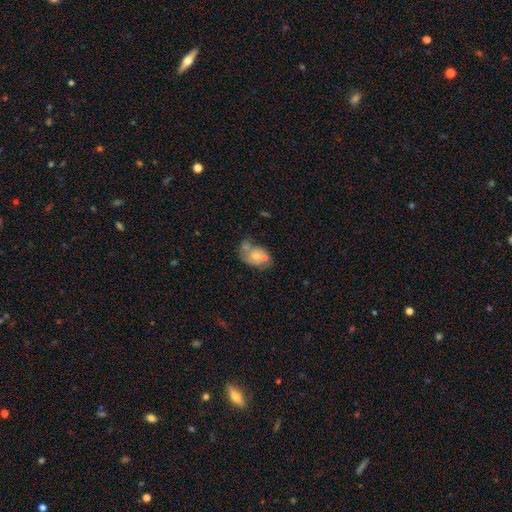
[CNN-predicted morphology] featured or disk 47%, smooth 42%, star or artifact 11%. Down the decision tree: merging — none (33%).